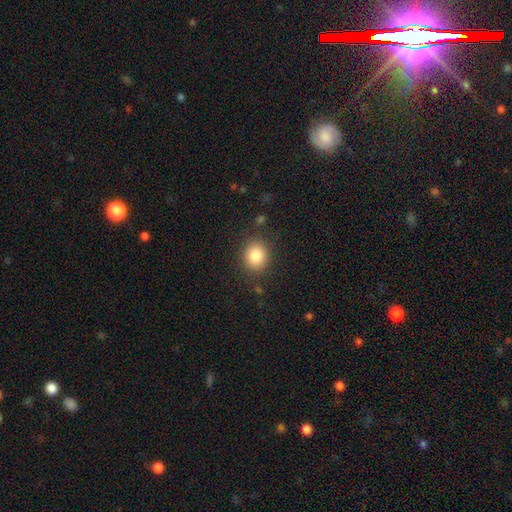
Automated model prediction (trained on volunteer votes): smooth_or_featured: smooth (p=0.84) [alt: star or artifact p=0.10]
how_rounded: round (p=0.73) [alt: in between p=0.27]
merging: none (p=0.85) [alt: minor disturbance p=0.09]